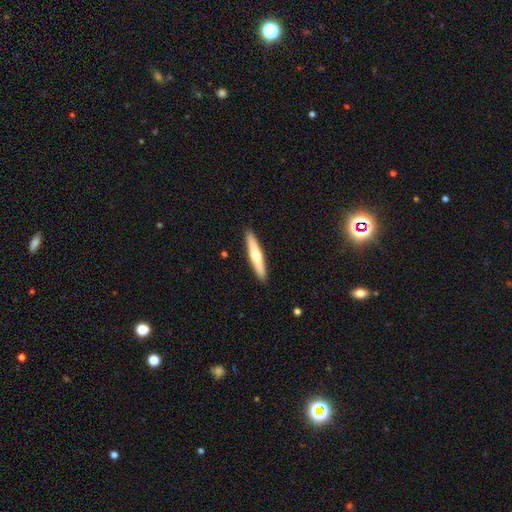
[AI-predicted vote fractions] Q: Smooth or featured?
A: smooth (53%); runner-up: featured or disk (42%)
Q: How rounded?
A: cigar-shaped (91%); runner-up: in between (8%)
Q: Merging?
A: none (92%); runner-up: minor disturbance (6%)